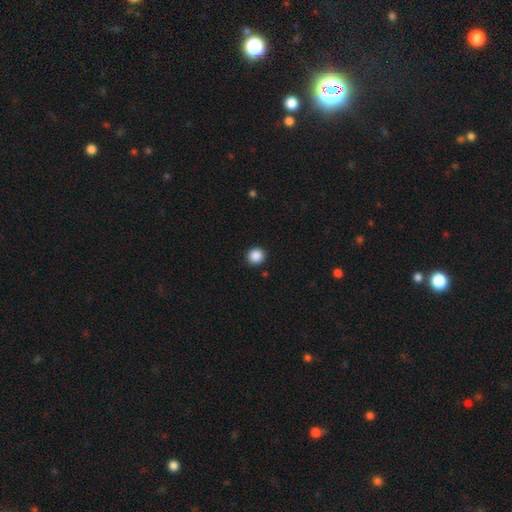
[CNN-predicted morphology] The model was most divided on "smooth or featured": smooth: 88%, star or artifact: 10%, featured or disk: 3%. More confident: how rounded — round (93%); merging — none (92%).